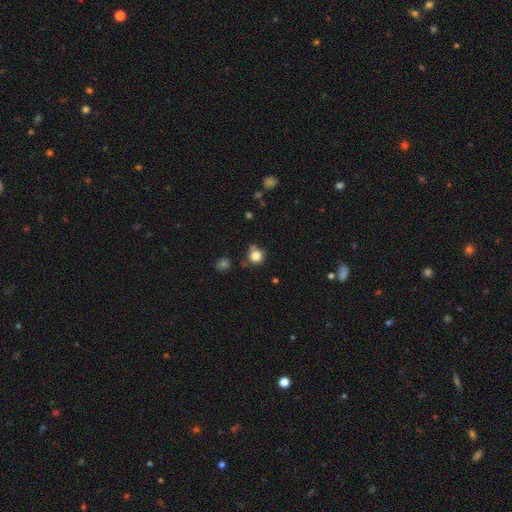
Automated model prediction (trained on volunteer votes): Smooth or featured: smooth — 82% (star or artifact — 12%)
How rounded: round — 90% (in between — 9%)
Merging: none — 70% (minor disturbance — 16%)